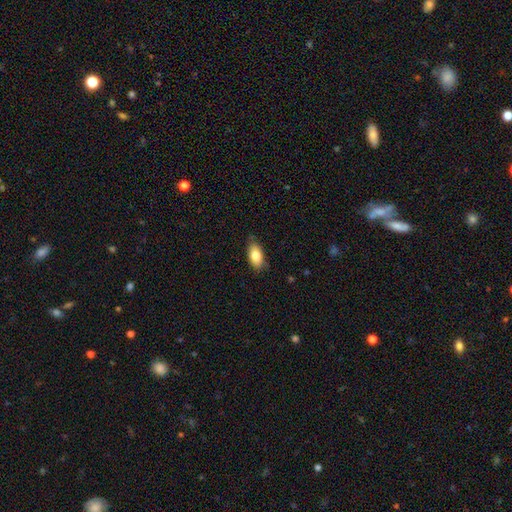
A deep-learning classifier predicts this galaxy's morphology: Q: Smooth or featured?
A: smooth (83%); runner-up: featured or disk (10%)
Q: How rounded?
A: in between (90%); runner-up: cigar-shaped (6%)
Q: Merging?
A: none (81%); runner-up: minor disturbance (16%)